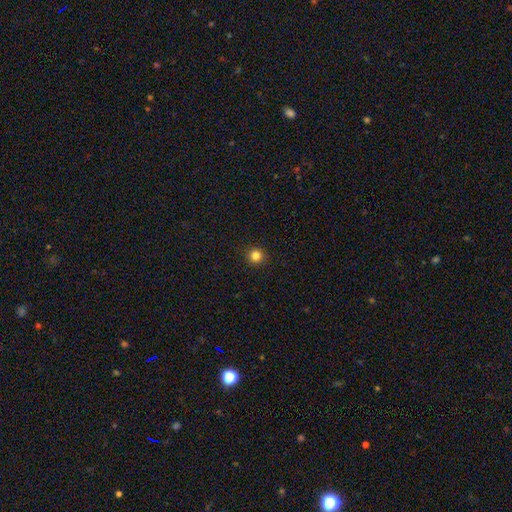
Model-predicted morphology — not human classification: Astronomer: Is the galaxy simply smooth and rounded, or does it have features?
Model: smooth — 83%.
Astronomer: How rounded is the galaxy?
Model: round — 94%.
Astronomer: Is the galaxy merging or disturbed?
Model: none — 93%.